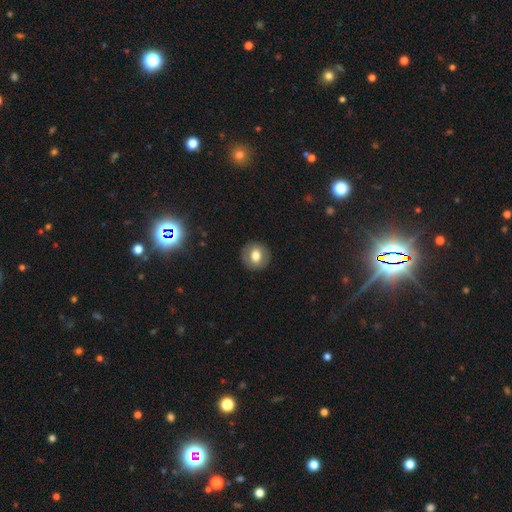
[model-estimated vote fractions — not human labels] Q: Smooth or featured?
A: smooth (70%); runner-up: featured or disk (21%)
Q: How rounded?
A: round (83%); runner-up: in between (16%)
Q: Merging?
A: none (89%); runner-up: minor disturbance (7%)